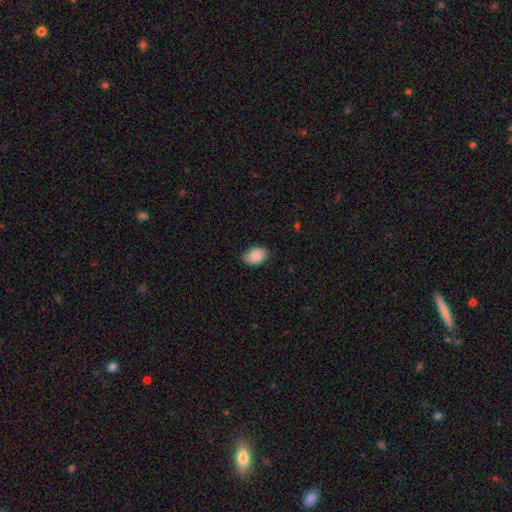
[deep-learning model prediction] smooth 87%, featured or disk 7%, star or artifact 7%. Down the decision tree: how rounded — in between (86%); merging — none (81%).